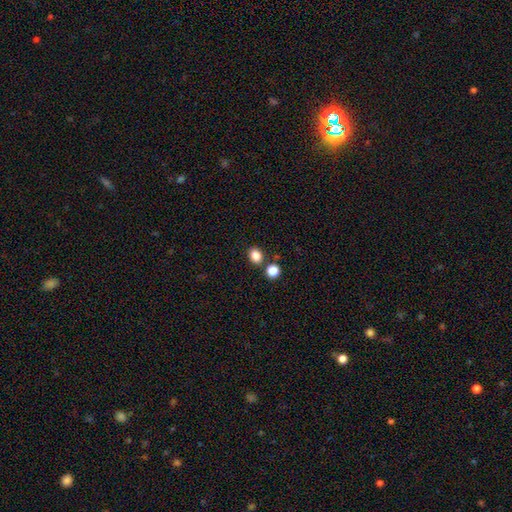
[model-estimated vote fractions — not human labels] Smooth or featured? smooth (85%)
How rounded? round (50%)
Merging? none (79%)